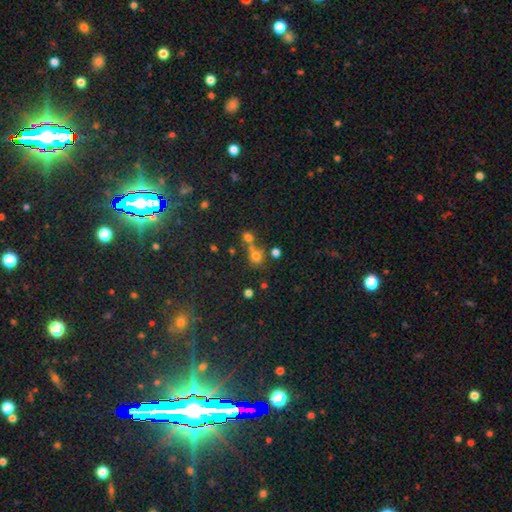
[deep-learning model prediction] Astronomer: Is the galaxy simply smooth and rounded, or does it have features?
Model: smooth — 67%.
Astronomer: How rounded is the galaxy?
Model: round — 87%.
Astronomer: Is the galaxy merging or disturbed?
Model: none — 55% (runner-up: merger, 33%).